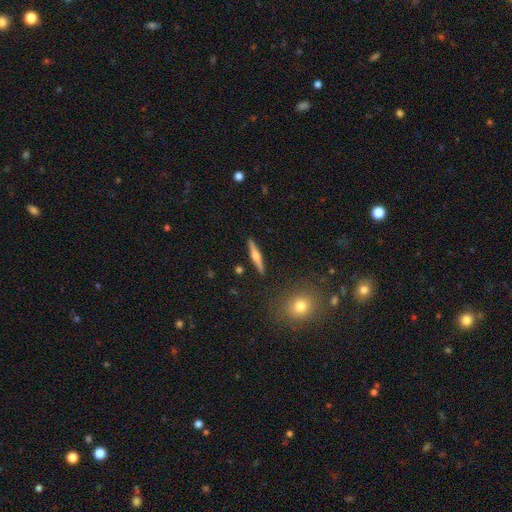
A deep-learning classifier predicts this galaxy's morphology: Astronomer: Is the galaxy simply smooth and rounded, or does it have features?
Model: featured or disk — 60%.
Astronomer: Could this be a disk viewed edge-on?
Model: yes — 97%.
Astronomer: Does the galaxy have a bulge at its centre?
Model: rounded — 88%.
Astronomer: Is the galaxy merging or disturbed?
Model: none — 90%.